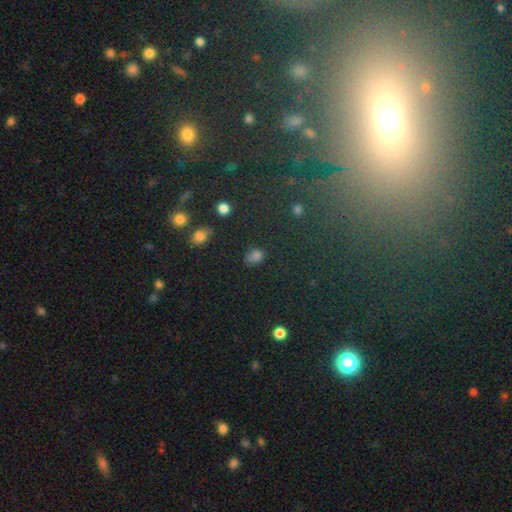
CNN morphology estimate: smooth 71%, star or artifact 22%, featured or disk 7%. Down the decision tree: how rounded — in between (69%); merging — none (78%).